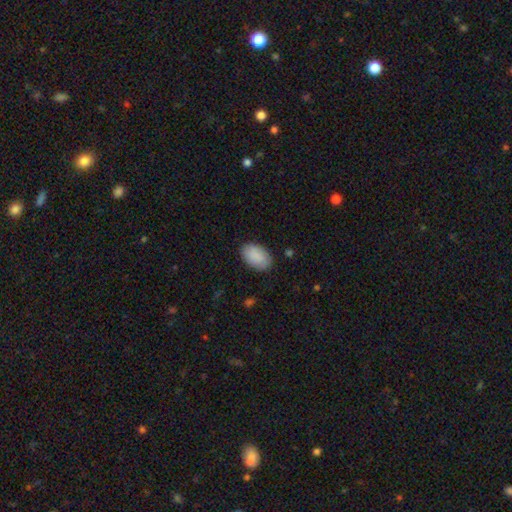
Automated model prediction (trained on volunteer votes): smooth 90%, star or artifact 6%, featured or disk 5%. Down the decision tree: how rounded — in between (93%); merging — none (85%).